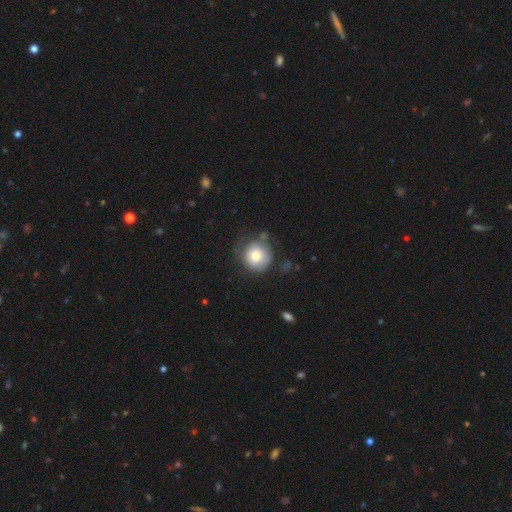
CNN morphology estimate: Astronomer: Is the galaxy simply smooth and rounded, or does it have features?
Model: smooth — 77%.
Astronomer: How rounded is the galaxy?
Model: round — 91%.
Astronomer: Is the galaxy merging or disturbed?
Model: none — 59%.